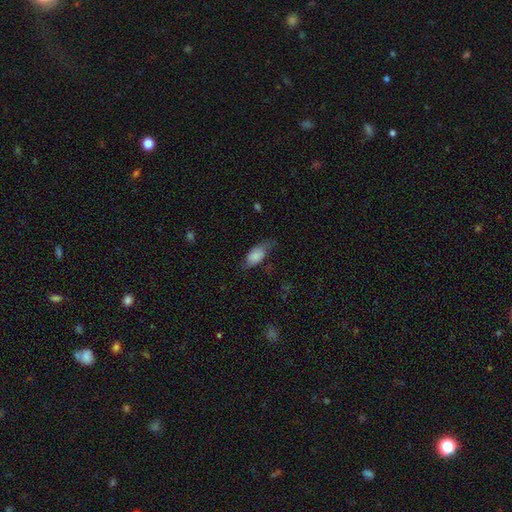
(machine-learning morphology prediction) type=smooth (78%); roundness=in between (89%); merging=none (50%).